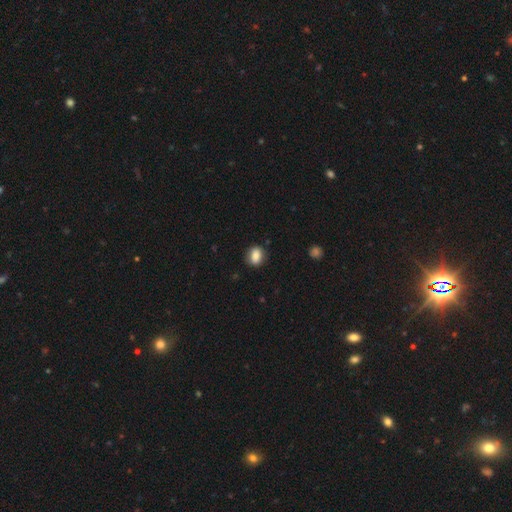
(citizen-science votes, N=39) A smooth galaxy with no disk features (85%) that is in between round and cigar-shaped (73%).

Vote fractions:
- Smooth or featured? smooth: 85% / featured or disk: 8% / star or artifact: 8%
- How rounded? in between: 73% / round: 24% / cigar-shaped: 3%
- Merging? none: 83% / major disturbance: 14% / merger: 3% / minor disturbance: 0%